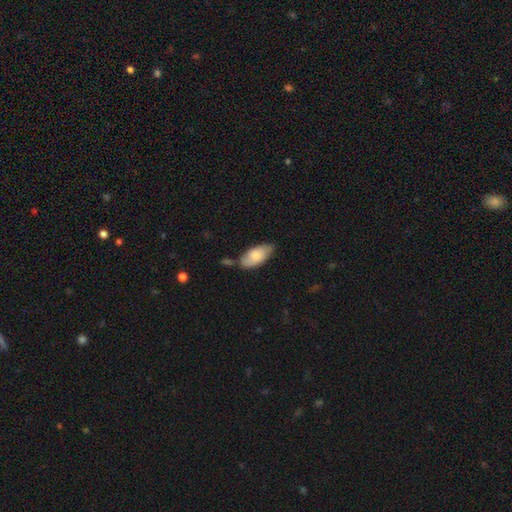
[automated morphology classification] The model was most divided on "merging": none: 64%, minor disturbance: 25%, merger: 7%, major disturbance: 5%. More confident: how rounded — in between (92%); smooth or featured — smooth (73%).